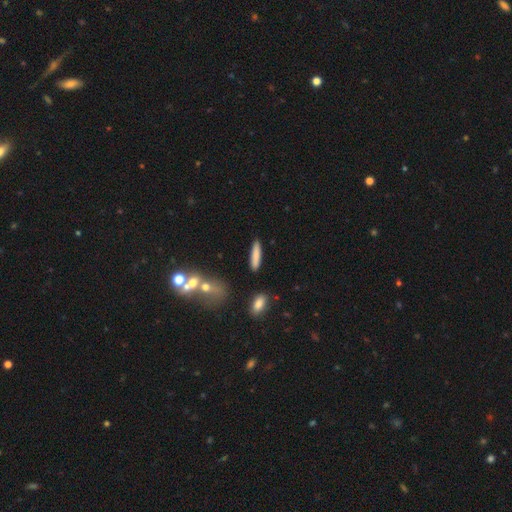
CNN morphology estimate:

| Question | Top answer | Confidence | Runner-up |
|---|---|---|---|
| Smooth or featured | smooth | 80% | featured or disk (13%) |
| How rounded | cigar-shaped | 84% | in between (14%) |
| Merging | none | 87% | minor disturbance (7%) |